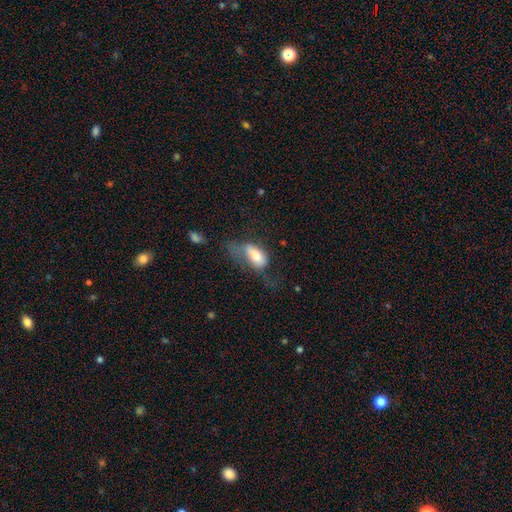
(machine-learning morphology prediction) A smooth galaxy with no disk features (74%) that is in between round and cigar-shaped (88%).

Vote fractions:
- Smooth or featured? smooth: 74% / featured or disk: 19% / star or artifact: 8%
- How rounded? in between: 88% / cigar-shaped: 9% / round: 3%
- Merging? major disturbance: 50% / minor disturbance: 25% / none: 22% / merger: 4%